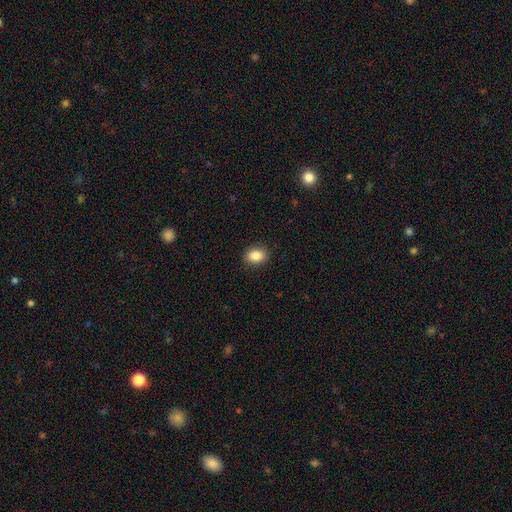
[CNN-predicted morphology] Smooth or featured? smooth (86%)
How rounded? in between (67%)
Merging? none (90%)